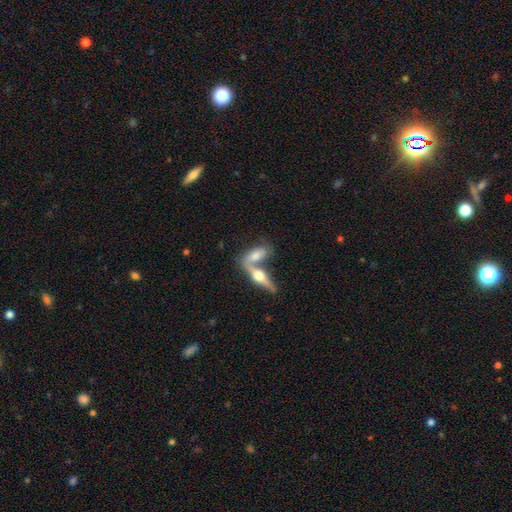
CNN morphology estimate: smooth 47%, featured or disk 46%, star or artifact 7%. Down the decision tree: merging — merger (56%).